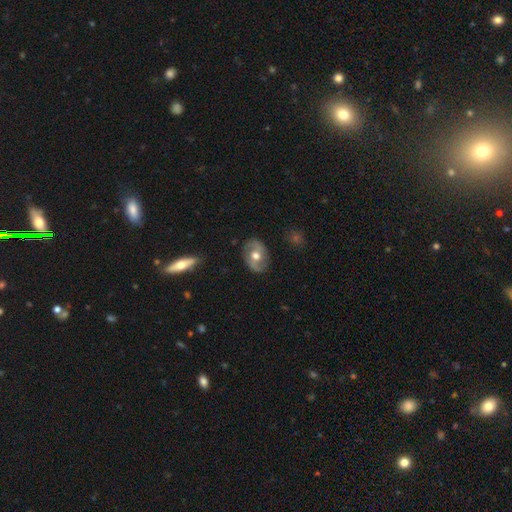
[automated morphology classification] Smooth or featured?
  - featured or disk: 57% *
  - smooth: 36%
  - star or artifact: 7%
Edge-on disk?
  - no: 93% *
  - yes: 7%
Bar?
  - no: 51% *
  - weak: 34%
  - strong: 15%
Spiral arms?
  - yes: 61% *
  - no: 39%
Bulge size?
  - moderate: 78% *
  - large: 13%
  - small: 7%
  - dominant: 1%
  - none: 1%
Merging?
  - none: 81% *
  - minor disturbance: 14%
  - major disturbance: 4%
  - merger: 1%